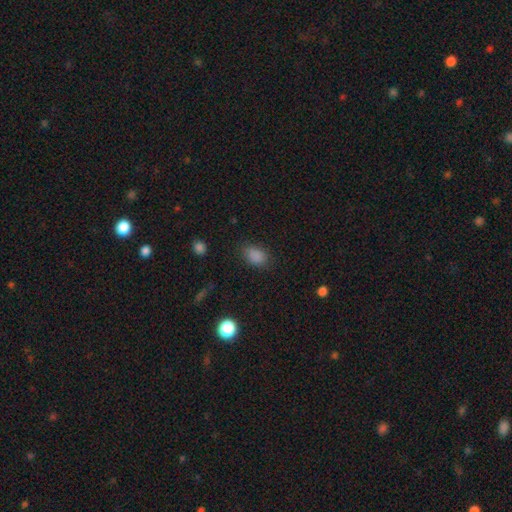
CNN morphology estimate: Smooth or featured?
  - smooth: 85% *
  - star or artifact: 12%
  - featured or disk: 4%
How rounded?
  - in between: 76% *
  - round: 22%
  - cigar-shaped: 1%
Merging?
  - none: 76% *
  - minor disturbance: 18%
  - major disturbance: 5%
  - merger: 1%